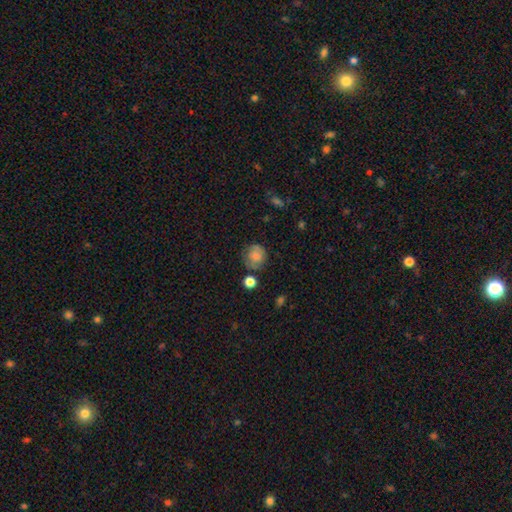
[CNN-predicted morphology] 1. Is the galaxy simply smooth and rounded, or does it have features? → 72% smooth, 17% featured or disk, 10% star or artifact.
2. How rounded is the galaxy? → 83% round, 16% in between, 1% cigar-shaped.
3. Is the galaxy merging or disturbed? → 65% none, 21% minor disturbance, 8% major disturbance, 5% merger.